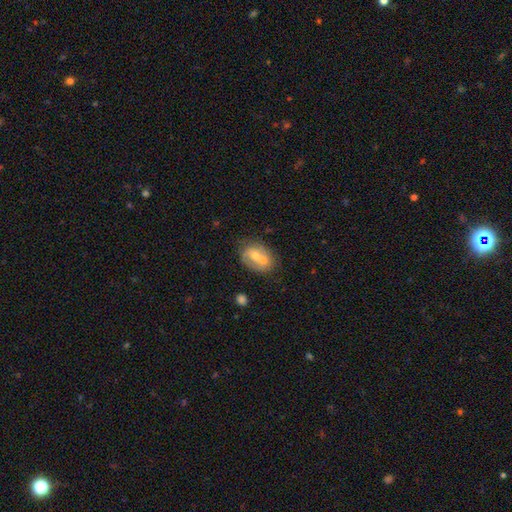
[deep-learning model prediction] This is possibly a smooth galaxy (50%). Merging: possibly merger (51%).